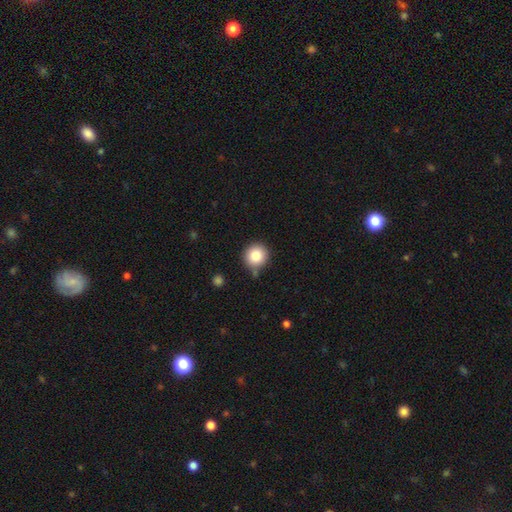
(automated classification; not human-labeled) Q: Smooth or featured?
A: smooth (84%); runner-up: star or artifact (10%)
Q: How rounded?
A: round (94%); runner-up: in between (6%)
Q: Merging?
A: none (81%); runner-up: minor disturbance (11%)